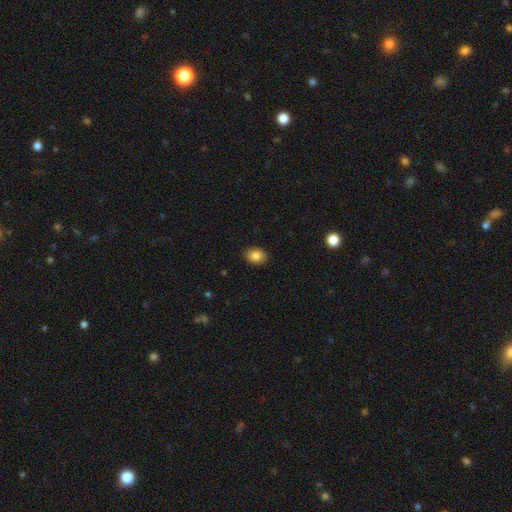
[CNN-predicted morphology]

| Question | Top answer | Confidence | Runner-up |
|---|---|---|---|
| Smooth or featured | smooth | 85% | star or artifact (9%) |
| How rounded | in between | 68% | round (31%) |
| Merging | none | 88% | minor disturbance (9%) |